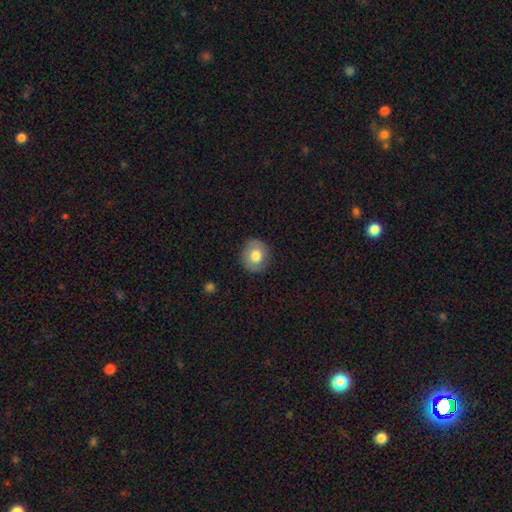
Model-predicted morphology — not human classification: A smooth galaxy with no disk features (73%) that is round (76%). Merging: none (84%).